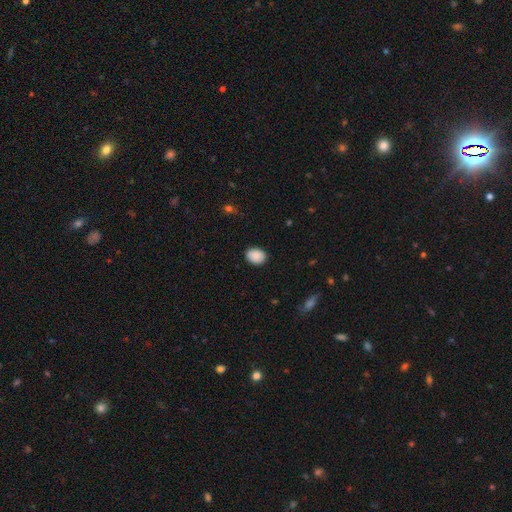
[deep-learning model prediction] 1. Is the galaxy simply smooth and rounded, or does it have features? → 89% smooth, 7% star or artifact, 3% featured or disk.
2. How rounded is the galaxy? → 65% in between, 34% round, 1% cigar-shaped.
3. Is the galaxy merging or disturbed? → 86% none, 11% minor disturbance, 2% major disturbance, 1% merger.